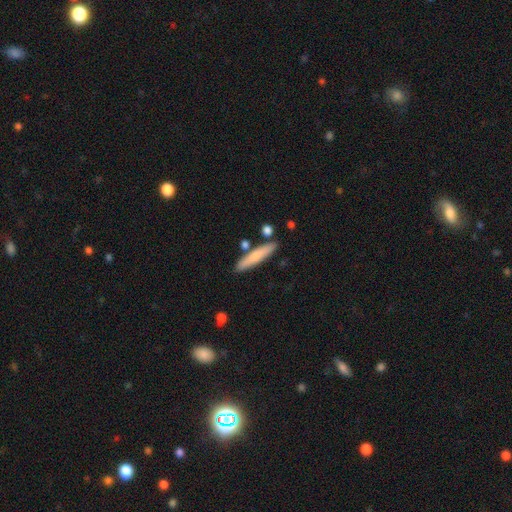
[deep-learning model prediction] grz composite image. It shows a smooth galaxy with no disk features (74%) that is cigar-shaped (88%). Merging: none (82%).